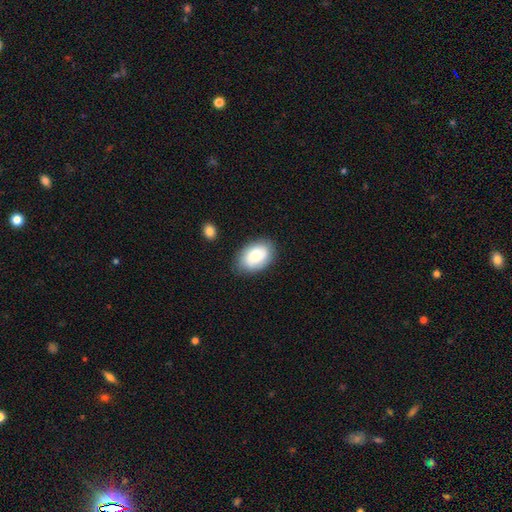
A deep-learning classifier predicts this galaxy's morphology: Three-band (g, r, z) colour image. It shows a smooth galaxy with no disk features (80%) that is in between round and cigar-shaped (89%). Merging: none (79%).